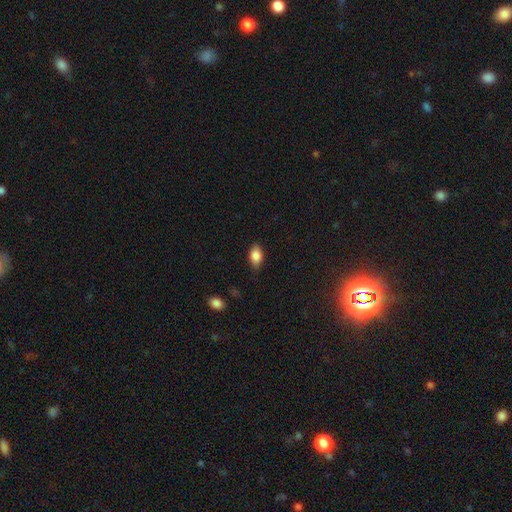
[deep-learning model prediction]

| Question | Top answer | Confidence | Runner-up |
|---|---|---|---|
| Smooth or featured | smooth | 85% | star or artifact (8%) |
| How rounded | in between | 87% | round (10%) |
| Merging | none | 81% | minor disturbance (15%) |